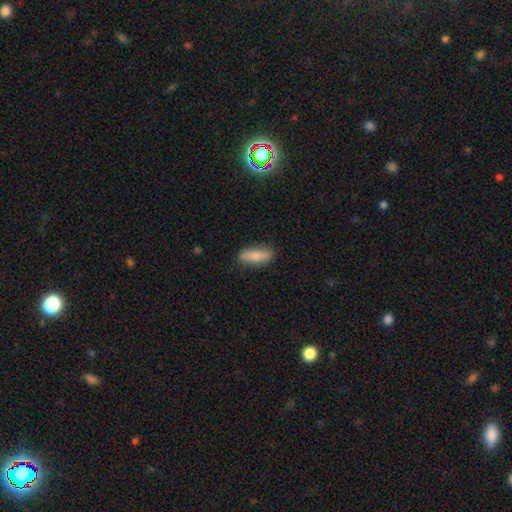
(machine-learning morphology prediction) smooth 77%, featured or disk 17%, star or artifact 6%. Down the decision tree: how rounded — in between (64%); merging — none (81%).